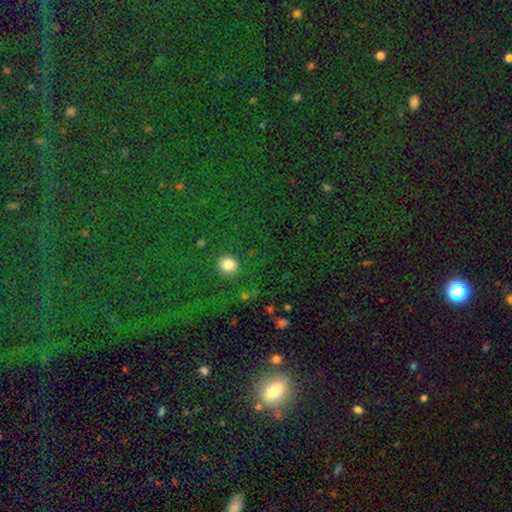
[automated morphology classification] Smooth or featured? Predicted: star or artifact (p=0.72).